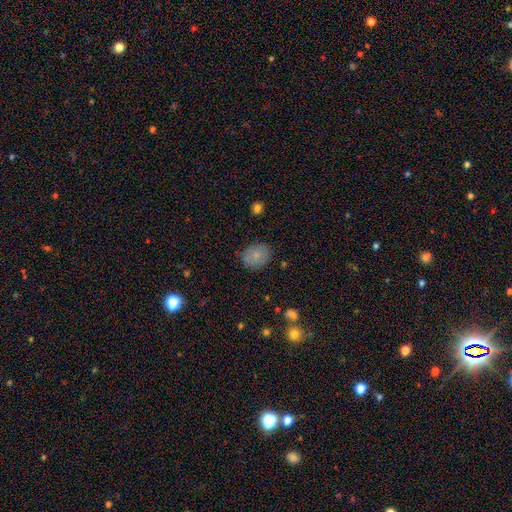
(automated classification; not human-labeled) Smooth or featured? smooth (80%)
How rounded? round (55%)
Merging? none (84%)